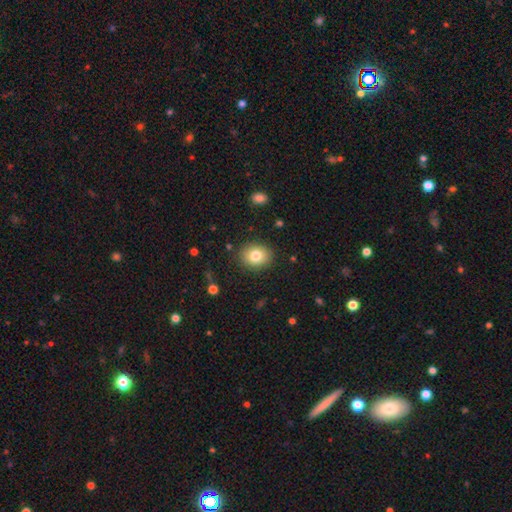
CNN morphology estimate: Smooth or featured? smooth (80%)
How rounded? round (54%)
Merging? none (87%)